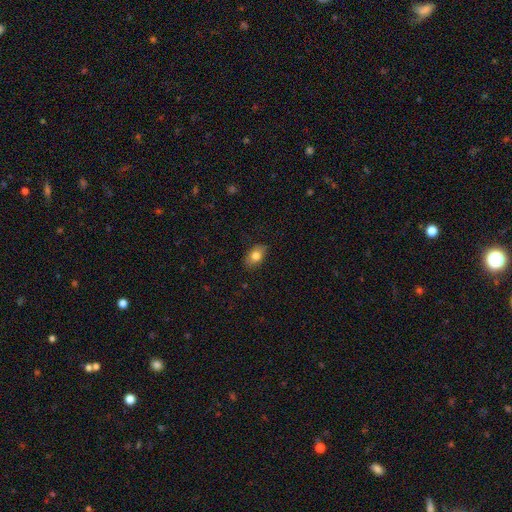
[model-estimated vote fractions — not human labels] smooth-or-featured: smooth: 80% | featured or disk: 12% | star or artifact: 8%
  how-rounded: in between: 87% | round: 11% | cigar-shaped: 2%
  merging: none: 84% | minor disturbance: 12% | major disturbance: 2% | merger: 1%